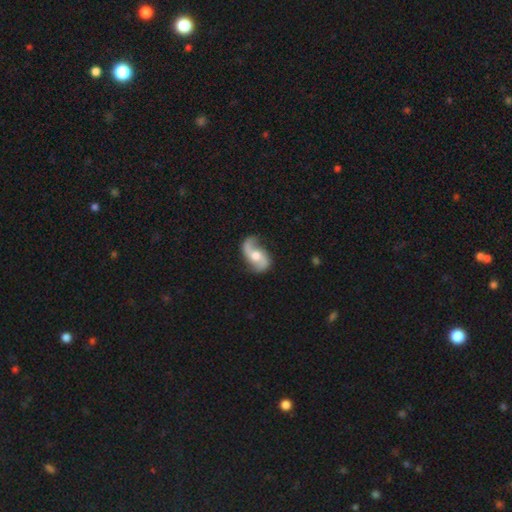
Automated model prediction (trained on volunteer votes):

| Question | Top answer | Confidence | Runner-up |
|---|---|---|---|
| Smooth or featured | featured or disk | 84% | smooth (11%) |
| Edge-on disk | no | 97% | yes (3%) |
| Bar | no | 53% | weak (36%) |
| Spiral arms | yes | 96% | no (4%) |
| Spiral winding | loose | 68% | medium (26%) |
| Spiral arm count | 2 | 90% | 1 (5%) |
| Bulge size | moderate | 70% | small (18%) |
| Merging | none | 73% | minor disturbance (17%) |